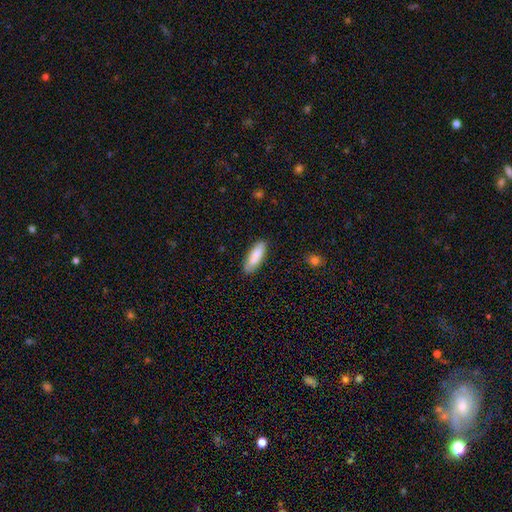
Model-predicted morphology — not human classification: smooth-or-featured: smooth: 80% | featured or disk: 14% | star or artifact: 6%
  how-rounded: in between: 61% | cigar-shaped: 37% | round: 2%
  merging: none: 78% | minor disturbance: 14% | merger: 5% | major disturbance: 3%